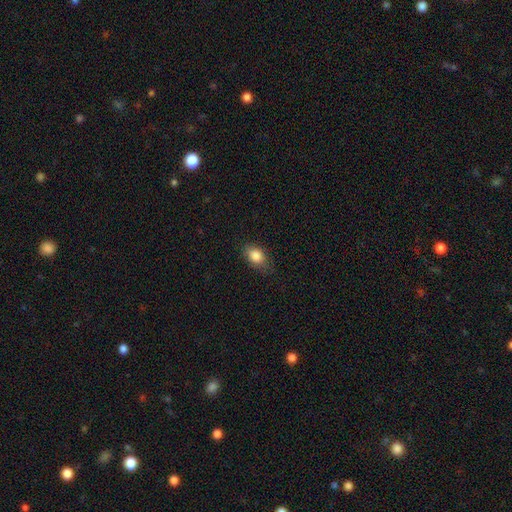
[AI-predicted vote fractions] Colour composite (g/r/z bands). It shows a smooth galaxy with no disk features (85%) that is in between round and cigar-shaped (79%). Merging: none (74%).